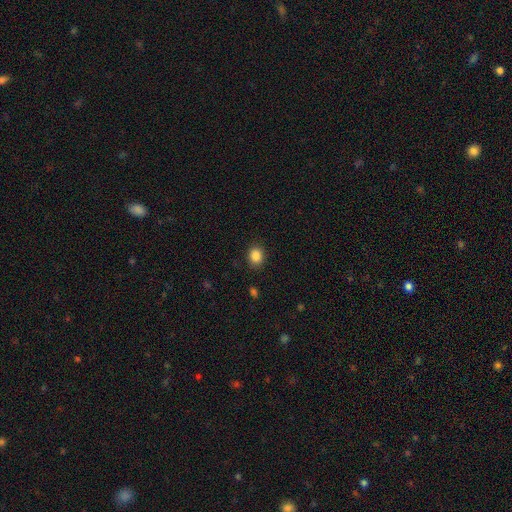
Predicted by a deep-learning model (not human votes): Smooth or featured? Predicted: smooth (p=0.86). How rounded? Predicted: round (p=0.53). Merging? Predicted: none (p=0.88).